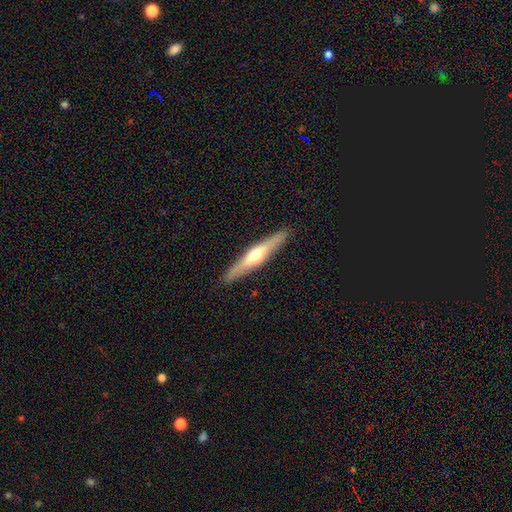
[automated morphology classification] Smooth or featured: featured or disk — 62% (smooth — 33%)
Edge-on disk: yes — 94% (no — 6%)
Edge-on bulge: rounded — 90% (none — 7%)
Merging: none — 91% (minor disturbance — 7%)